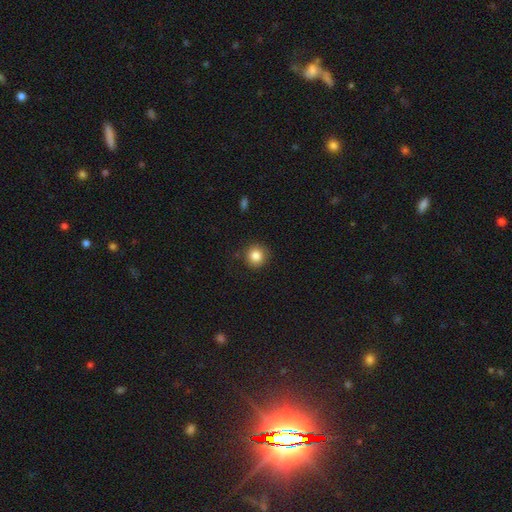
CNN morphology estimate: type=smooth (84%); roundness=round (92%); merging=none (88%).